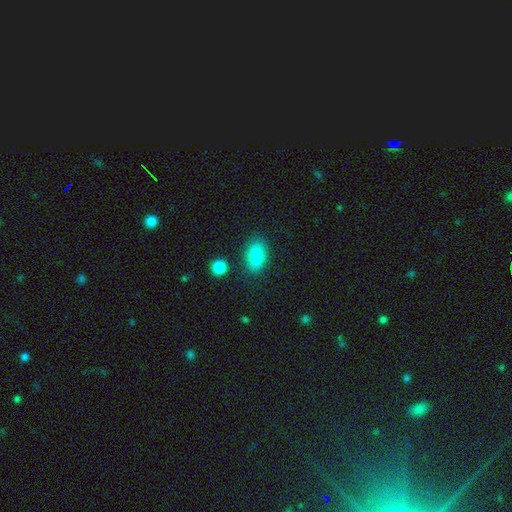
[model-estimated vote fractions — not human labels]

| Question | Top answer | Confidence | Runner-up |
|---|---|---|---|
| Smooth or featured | smooth | 81% | featured or disk (10%) |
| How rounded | in between | 88% | round (10%) |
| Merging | none | 83% | minor disturbance (11%) |